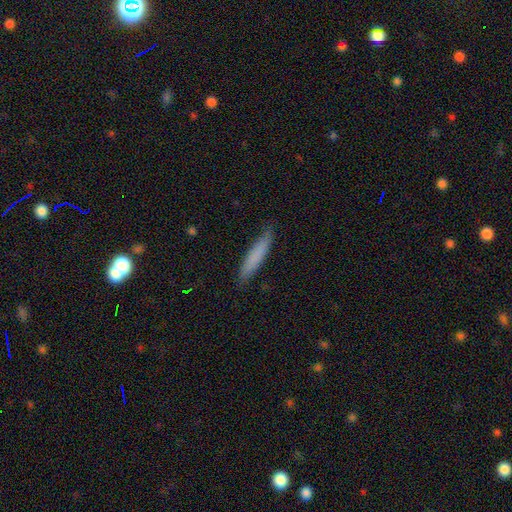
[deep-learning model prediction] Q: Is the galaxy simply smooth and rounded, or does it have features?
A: smooth — 77%.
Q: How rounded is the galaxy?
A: cigar-shaped — 90%.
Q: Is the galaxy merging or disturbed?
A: none — 83%.